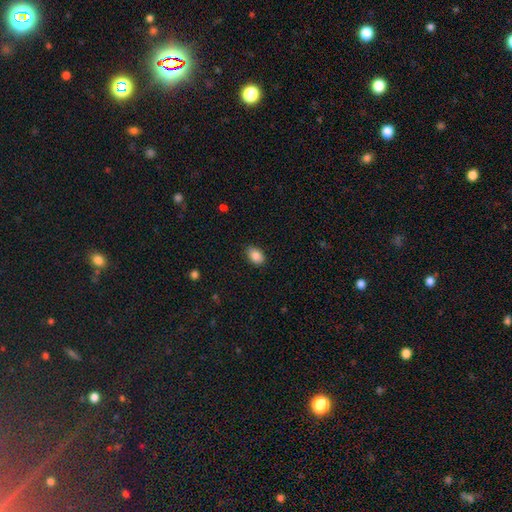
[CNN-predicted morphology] smooth_or_featured: smooth (p=0.87) [alt: star or artifact p=0.08]
how_rounded: in between (p=0.86) [alt: round p=0.13]
merging: none (p=0.86) [alt: minor disturbance p=0.10]